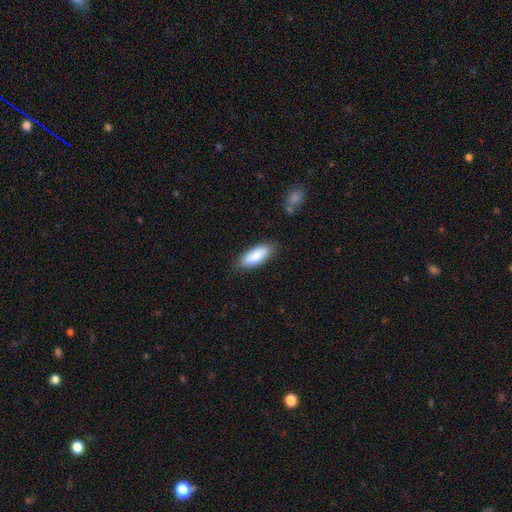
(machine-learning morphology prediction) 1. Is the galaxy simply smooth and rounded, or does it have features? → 87% smooth, 8% featured or disk, 6% star or artifact.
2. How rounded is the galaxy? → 77% in between, 21% cigar-shaped, 2% round.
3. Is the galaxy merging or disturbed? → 85% none, 11% minor disturbance, 2% major disturbance, 1% merger.